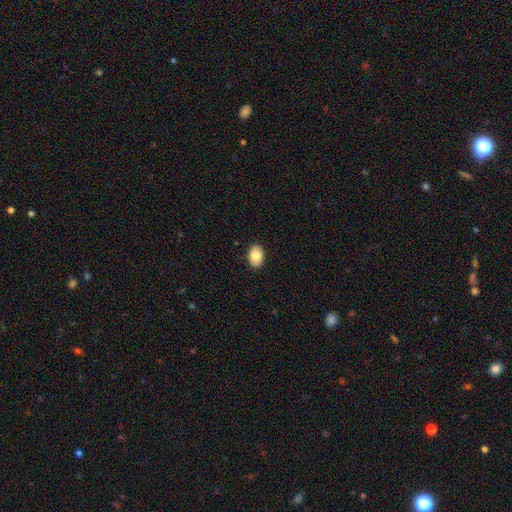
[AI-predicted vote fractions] Smooth or featured: smooth — 83% (featured or disk — 10%)
How rounded: in between — 85% (round — 14%)
Merging: none — 89% (minor disturbance — 8%)